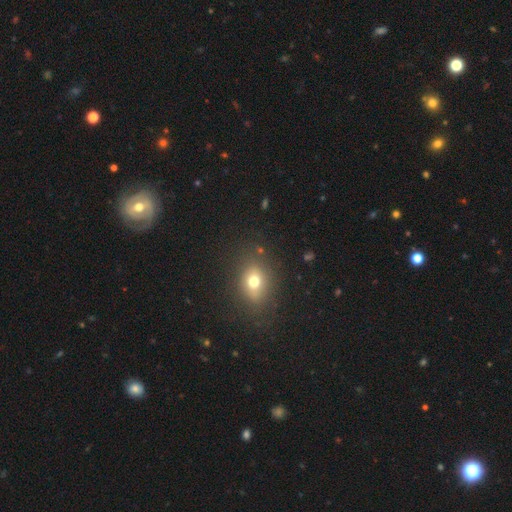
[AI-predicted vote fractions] smooth 61%, star or artifact 28%, featured or disk 12%. Down the decision tree: how rounded — in between (61%); merging — none (87%).